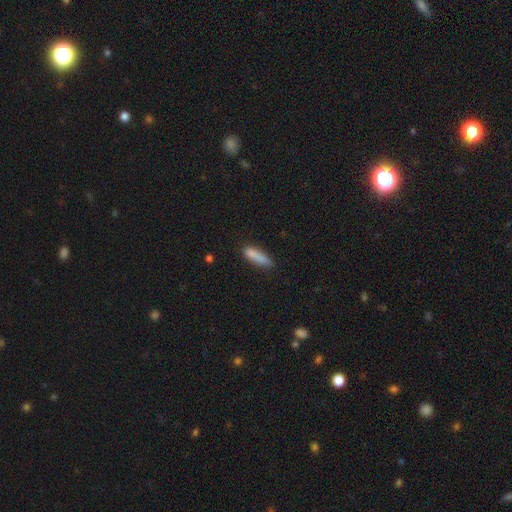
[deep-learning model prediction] This appears to be a smooth galaxy with no disk features (84%) that is cigar-shaped (74%). Merging: none (71%).